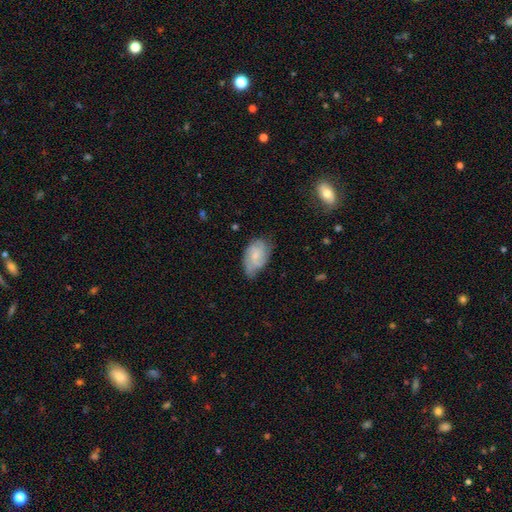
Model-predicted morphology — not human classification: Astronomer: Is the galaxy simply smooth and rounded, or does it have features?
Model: featured or disk — 55% (runner-up: smooth, 38%).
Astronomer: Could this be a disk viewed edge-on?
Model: no — 96%.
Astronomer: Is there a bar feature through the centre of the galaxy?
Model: no — 61%.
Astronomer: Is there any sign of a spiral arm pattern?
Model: yes — 88%.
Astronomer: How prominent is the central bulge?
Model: small — 54% (runner-up: moderate, 29%).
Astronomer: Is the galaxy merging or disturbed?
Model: none — 57% (runner-up: minor disturbance, 33%).